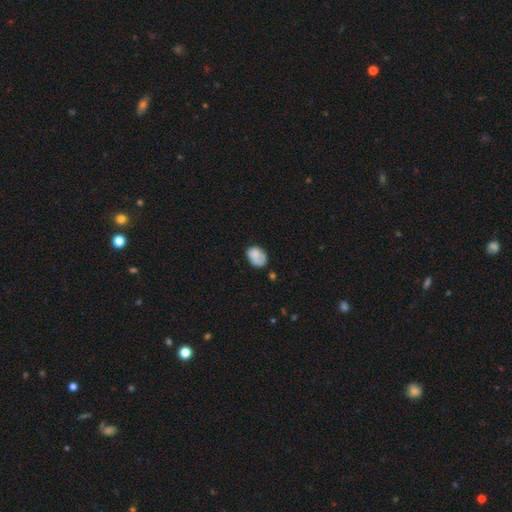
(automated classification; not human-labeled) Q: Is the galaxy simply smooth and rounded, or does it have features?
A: smooth — 75%.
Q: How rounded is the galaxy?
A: in between — 75%.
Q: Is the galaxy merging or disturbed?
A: none — 53%.